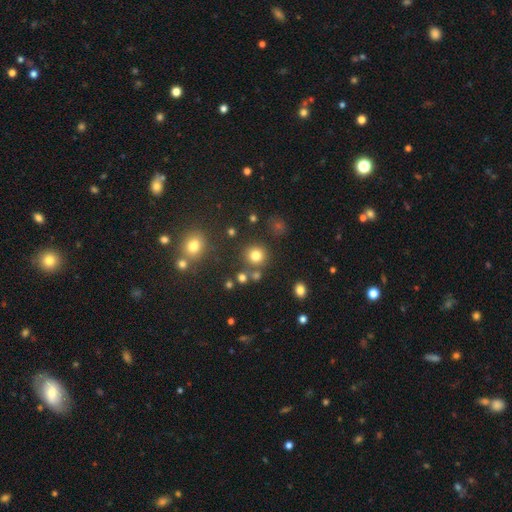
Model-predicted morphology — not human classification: Smooth or featured? Predicted: smooth (p=0.78). How rounded? Predicted: round (p=0.91). Merging? Predicted: none (p=0.80).